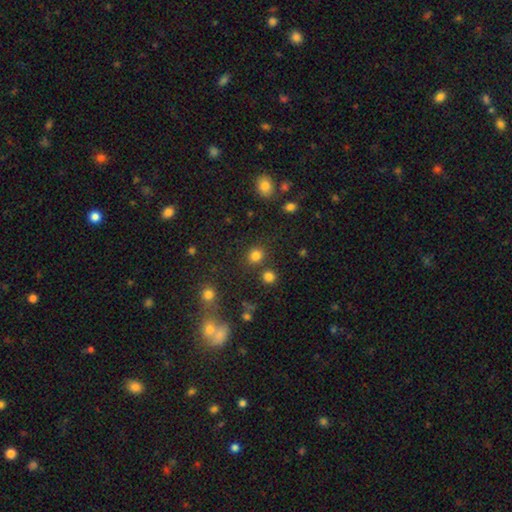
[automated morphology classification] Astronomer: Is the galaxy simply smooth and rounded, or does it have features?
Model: smooth — 80%.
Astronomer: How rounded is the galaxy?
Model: round — 81%.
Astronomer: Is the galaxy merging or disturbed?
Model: none — 80%.